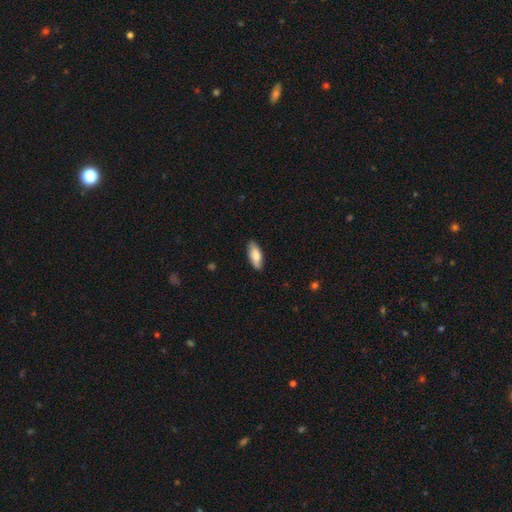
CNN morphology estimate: Smooth or featured? Predicted: smooth (p=0.79). How rounded? Predicted: in between (p=0.81). Merging? Predicted: none (p=0.84).